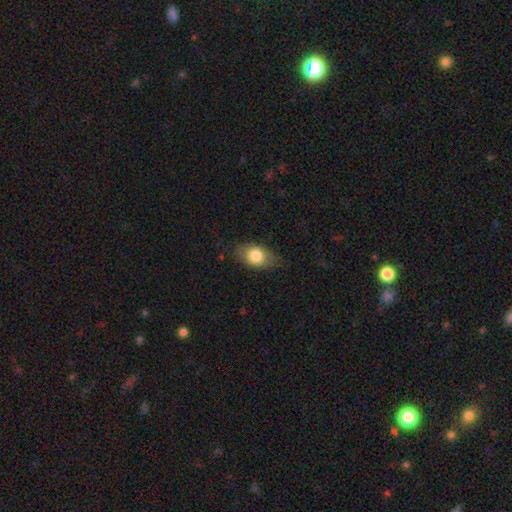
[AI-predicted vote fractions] Q: Smooth or featured?
A: smooth (79%); runner-up: featured or disk (14%)
Q: How rounded?
A: in between (83%); runner-up: round (14%)
Q: Merging?
A: none (76%); runner-up: minor disturbance (18%)